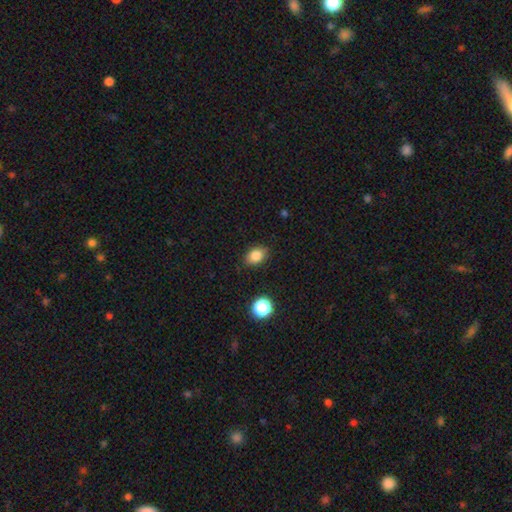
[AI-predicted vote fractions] Smooth or featured? smooth (84%)
How rounded? in between (74%)
Merging? none (83%)